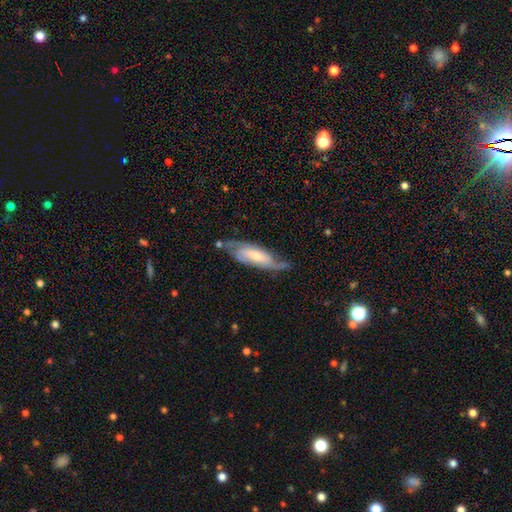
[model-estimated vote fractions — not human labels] A featured or disk galaxy (70%) with no bar (48%), 2 (64%) medium (41%) spiral arms (90%) and a small central bulge (46%).

Vote fractions:
- Smooth or featured? featured or disk: 70% / smooth: 25% / star or artifact: 5%
- Edge-on disk? no: 80% / yes: 20%
- Bar? no: 48% / weak: 36% / strong: 16%
- Spiral arms? yes: 90% / no: 10%
- Spiral winding? medium: 41% / tight: 40% / loose: 19%
- Spiral arm count? 2: 64% / can't tell: 23% / 3: 5% / 1: 5% / 4: 2% / more than 4: 1%
- Bulge size? small: 46% / moderate: 42% / large: 6% / none: 4% / dominant: 1%
- Merging? none: 62% / minor disturbance: 25% / major disturbance: 10% / merger: 3%